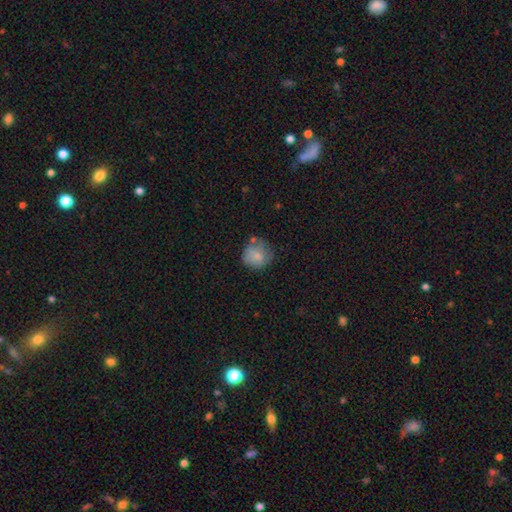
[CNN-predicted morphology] Overall: smooth (75%). How rounded: round (83%). Merging: none (54%; minor disturbance 27%).